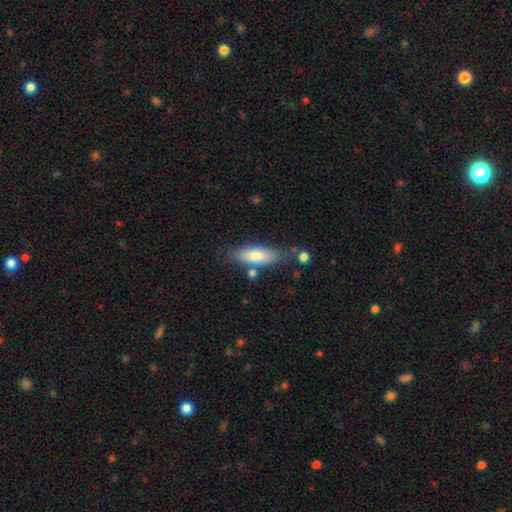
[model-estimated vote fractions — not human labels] Overall: smooth (74%). How rounded: in between (55%; cigar-shaped 43%). Merging: none (72%).